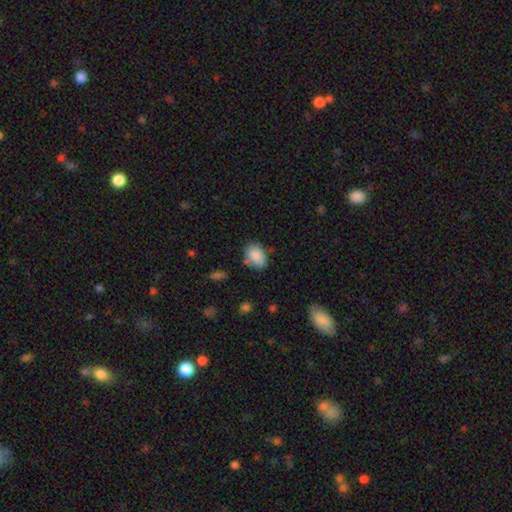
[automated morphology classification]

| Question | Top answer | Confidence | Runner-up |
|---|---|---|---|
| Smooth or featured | smooth | 86% | star or artifact (8%) |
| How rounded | in between | 79% | round (20%) |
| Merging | none | 65% | minor disturbance (23%) |